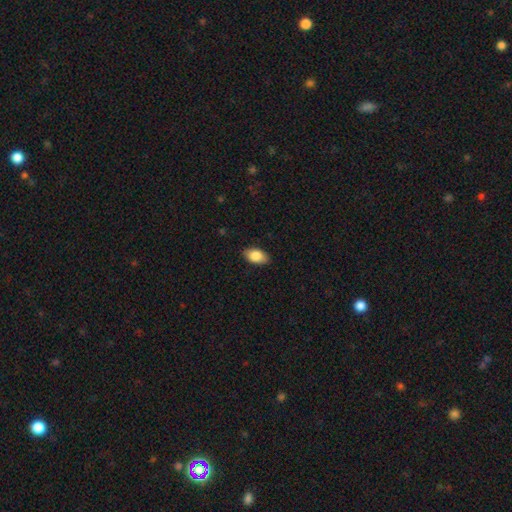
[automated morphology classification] A smooth galaxy with no disk features (85%) that is in between round and cigar-shaped (92%).

Vote fractions:
- Smooth or featured? smooth: 85% / featured or disk: 8% / star or artifact: 7%
- How rounded? in between: 92% / round: 6% / cigar-shaped: 2%
- Merging? none: 87% / minor disturbance: 10% / major disturbance: 2% / merger: 1%